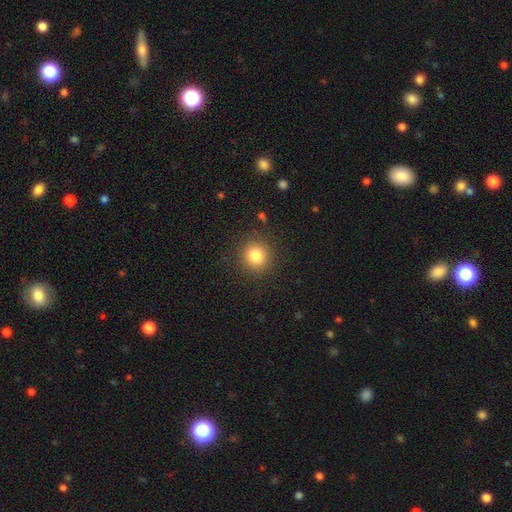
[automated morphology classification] smooth 82%, star or artifact 11%, featured or disk 7%. Down the decision tree: how rounded — round (90%); merging — none (89%).